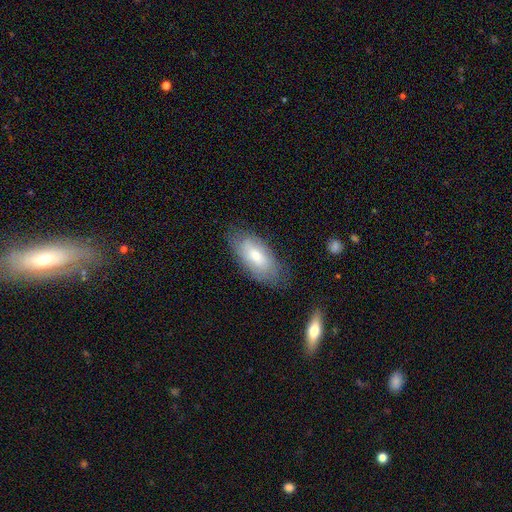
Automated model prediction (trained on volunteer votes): The model was most divided on "smooth or featured": smooth: 66%, featured or disk: 27%, star or artifact: 7%. More confident: how rounded — in between (91%); merging — none (73%).